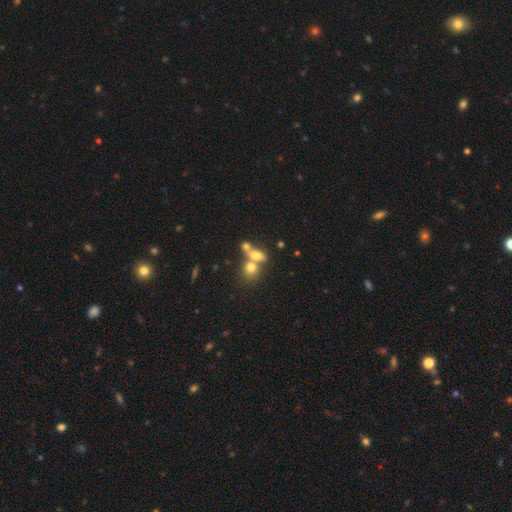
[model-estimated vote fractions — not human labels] Smooth or featured? Predicted: smooth (p=0.68). How rounded? Predicted: in between (p=0.62). Merging? Predicted: merger (p=0.60).